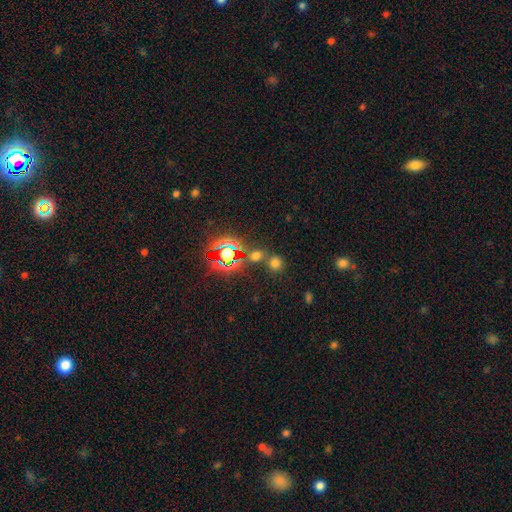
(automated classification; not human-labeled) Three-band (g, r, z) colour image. It shows a smooth galaxy with no disk features (51%) that is round (78%). Merging: none (69%).